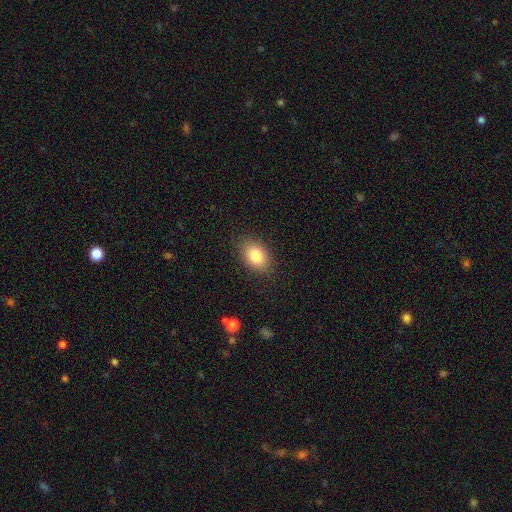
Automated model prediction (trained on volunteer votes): This appears to be a smooth galaxy with no disk features (83%) that is in between round and cigar-shaped (80%). Merging: none (86%).